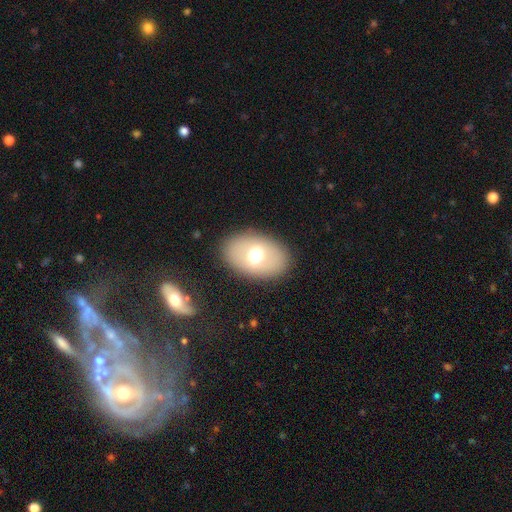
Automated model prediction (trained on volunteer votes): This appears to be a smooth galaxy with no disk features (64%) that is in between round and cigar-shaped (81%). Merging: none (87%).